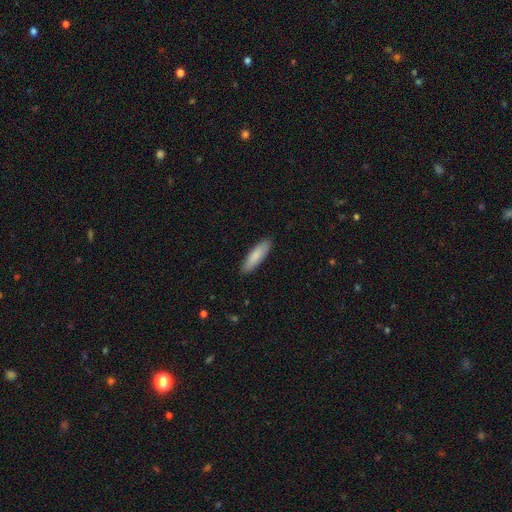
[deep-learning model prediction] This is clearly a smooth galaxy (85%). How rounded: likely cigar-shaped (61%). Merging: clearly none (89%).